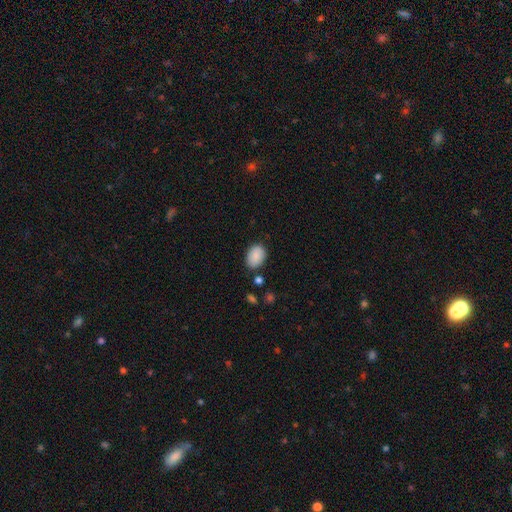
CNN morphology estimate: Smooth or featured? Predicted: smooth (p=0.88). How rounded? Predicted: in between (p=0.80). Merging? Predicted: none (p=0.80).